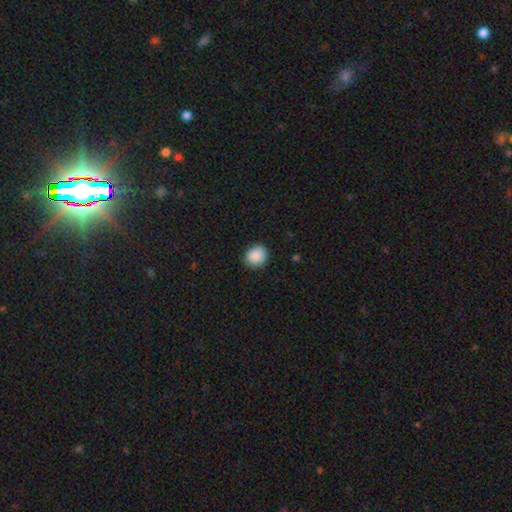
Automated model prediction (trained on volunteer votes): This is clearly a smooth galaxy (89%). How rounded: likely round (80%). Merging: clearly none (87%).